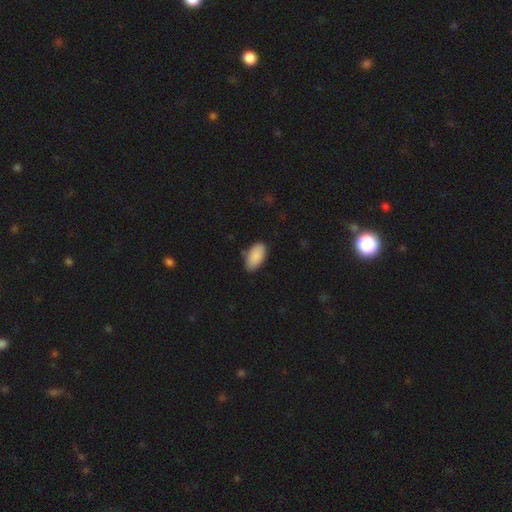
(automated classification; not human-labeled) A smooth galaxy with no disk features (89%) that is in between round and cigar-shaped (95%).

Vote fractions:
- Smooth or featured? smooth: 89% / star or artifact: 6% / featured or disk: 5%
- How rounded? in between: 95% / cigar-shaped: 3% / round: 2%
- Merging? none: 80% / minor disturbance: 16% / major disturbance: 2% / merger: 1%